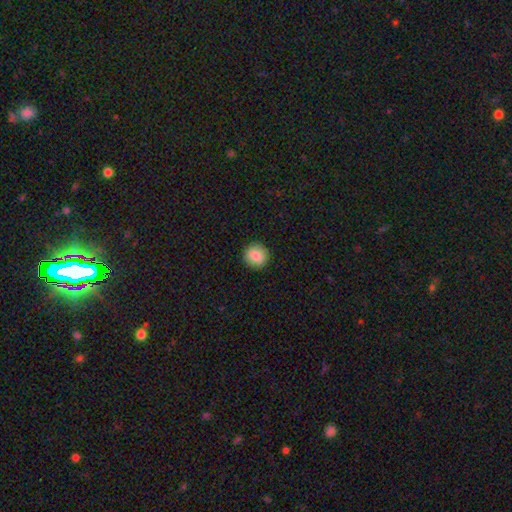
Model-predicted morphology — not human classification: A smooth galaxy with no disk features (84%) that is round (93%).

Vote fractions:
- Smooth or featured? smooth: 84% / star or artifact: 9% / featured or disk: 7%
- How rounded? round: 93% / in between: 6% / cigar-shaped: 1%
- Merging? none: 91% / minor disturbance: 6% / major disturbance: 2% / merger: 1%